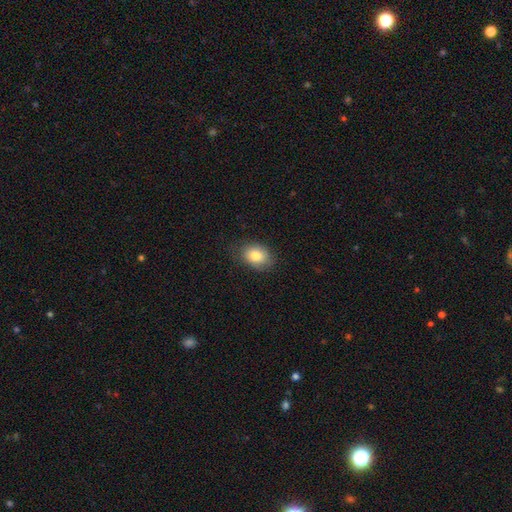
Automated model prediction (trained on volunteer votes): A smooth galaxy with no disk features (81%) that is in between round and cigar-shaped (74%). Merging: none (77%).